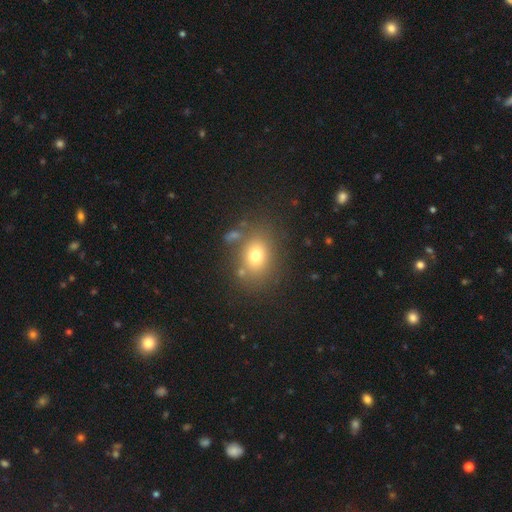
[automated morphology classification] Overall: smooth (75%). How rounded: in between (62%; round 37%). Merging: none (75%).